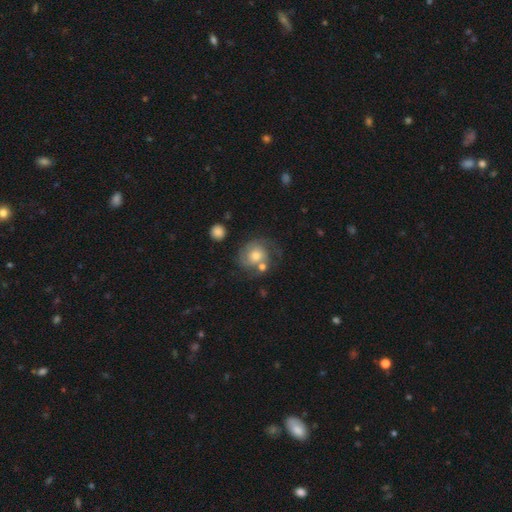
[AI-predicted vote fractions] Smooth or featured?
  - featured or disk: 56% *
  - smooth: 35%
  - star or artifact: 9%
Edge-on disk?
  - no: 97% *
  - yes: 3%
Bar?
  - no: 78% *
  - weak: 19%
  - strong: 3%
Spiral arms?
  - yes: 83% *
  - no: 17%
Bulge size?
  - moderate: 58% *
  - large: 19%
  - small: 17%
  - none: 3%
  - dominant: 2%
Merging?
  - none: 51% *
  - minor disturbance: 21%
  - major disturbance: 15%
  - merger: 13%